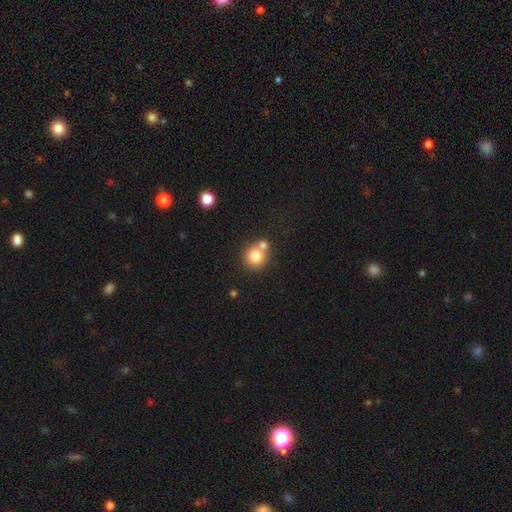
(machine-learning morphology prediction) The model was most divided on "merging": none: 52%, merger: 37%, minor disturbance: 8%, major disturbance: 3%. More confident: how rounded — round (90%); smooth or featured — smooth (79%).